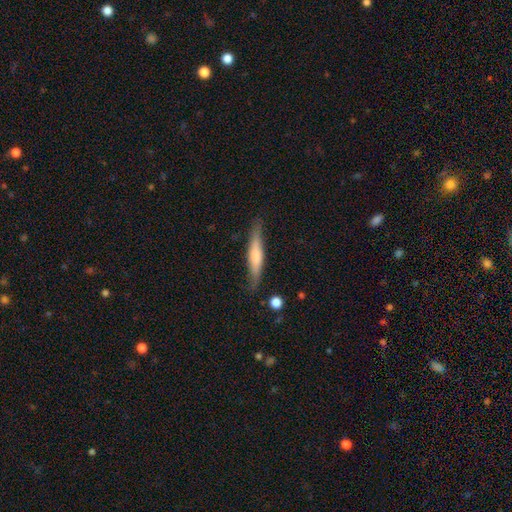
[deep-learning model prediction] A smooth galaxy with no disk features (57%) that is cigar-shaped (88%).

Vote fractions:
- Smooth or featured? smooth: 57% / featured or disk: 37% / star or artifact: 6%
- How rounded? cigar-shaped: 88% / in between: 11% / round: 2%
- Merging? none: 81% / minor disturbance: 14% / major disturbance: 3% / merger: 2%